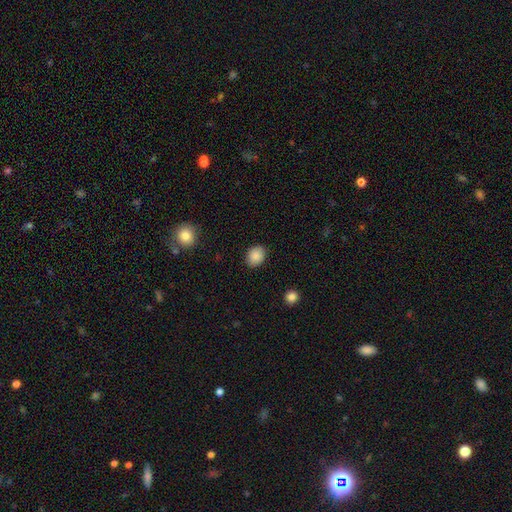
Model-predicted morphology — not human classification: smooth_or_featured: smooth (p=0.88) [alt: star or artifact p=0.08]
how_rounded: in between (p=0.58) [alt: round p=0.41]
merging: none (p=0.88) [alt: minor disturbance p=0.09]